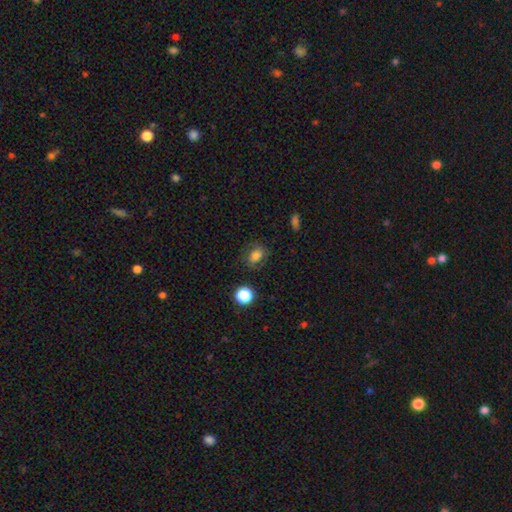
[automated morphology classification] Smooth or featured: smooth — 74% (featured or disk — 13%)
How rounded: in between — 64% (round — 35%)
Merging: none — 75% (minor disturbance — 17%)